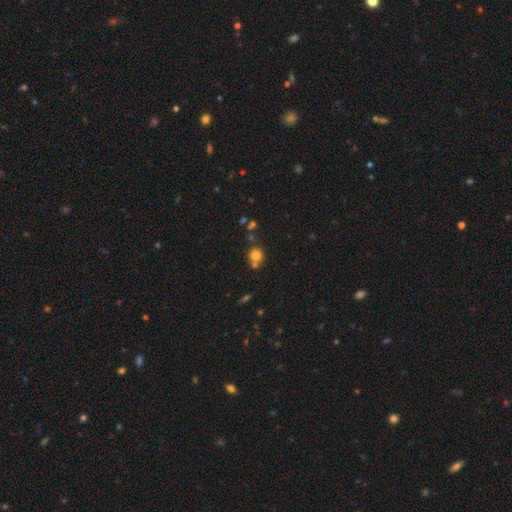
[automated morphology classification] smooth-or-featured: smooth: 77% | star or artifact: 15% | featured or disk: 8%
  how-rounded: round: 87% | in between: 12% | cigar-shaped: 1%
  merging: none: 64% | merger: 24% | minor disturbance: 9% | major disturbance: 3%